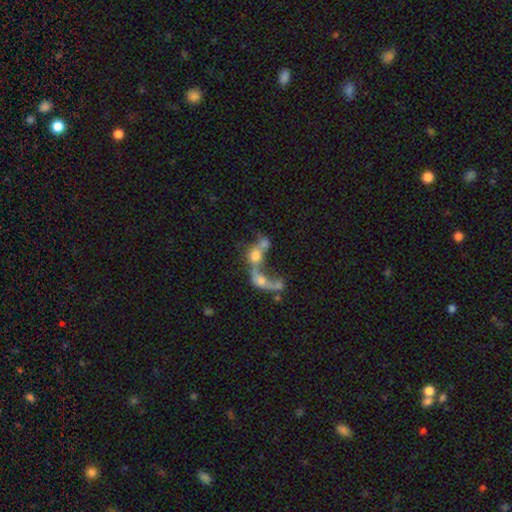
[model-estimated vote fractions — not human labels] A smooth galaxy with no disk features (46%).

Vote fractions:
- Smooth or featured? smooth: 46% / featured or disk: 41% / star or artifact: 14%
- Merging? merger: 72% / major disturbance: 14% / none: 10% / minor disturbance: 4%